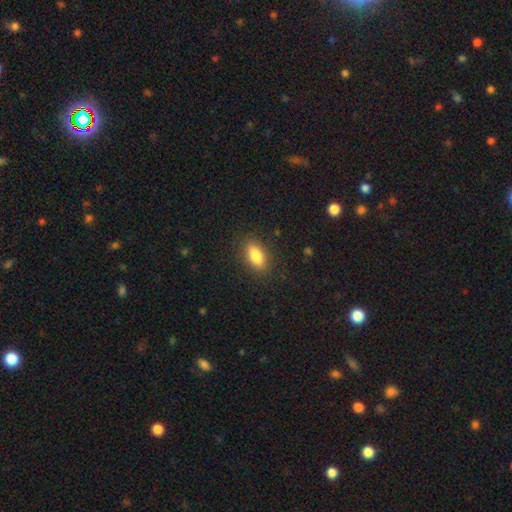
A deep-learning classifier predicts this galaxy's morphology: Q: Smooth or featured?
A: smooth (83%); runner-up: featured or disk (10%)
Q: How rounded?
A: in between (85%); runner-up: cigar-shaped (11%)
Q: Merging?
A: none (87%); runner-up: minor disturbance (9%)